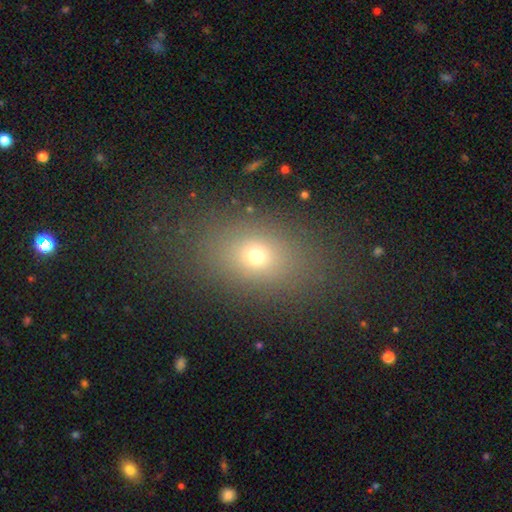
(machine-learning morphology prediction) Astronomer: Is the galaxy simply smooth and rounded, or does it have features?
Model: smooth — 68%.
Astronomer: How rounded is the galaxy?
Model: in between — 64%.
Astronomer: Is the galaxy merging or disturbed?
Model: none — 82%.